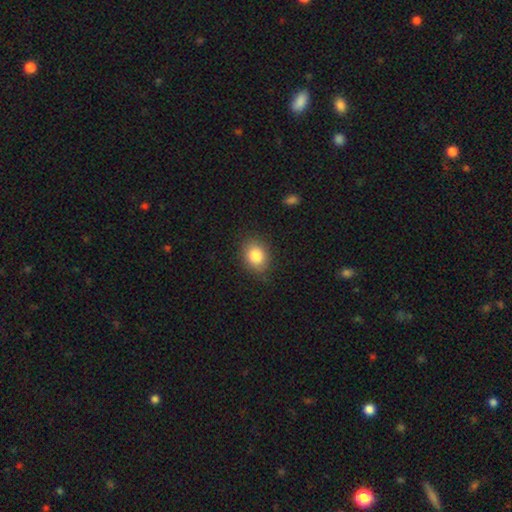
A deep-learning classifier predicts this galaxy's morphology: A smooth galaxy with no disk features (84%) that is in between round and cigar-shaped (55%).

Vote fractions:
- Smooth or featured? smooth: 84% / star or artifact: 9% / featured or disk: 7%
- How rounded? in between: 55% / round: 44% / cigar-shaped: 1%
- Merging? none: 83% / minor disturbance: 13% / major disturbance: 3% / merger: 1%